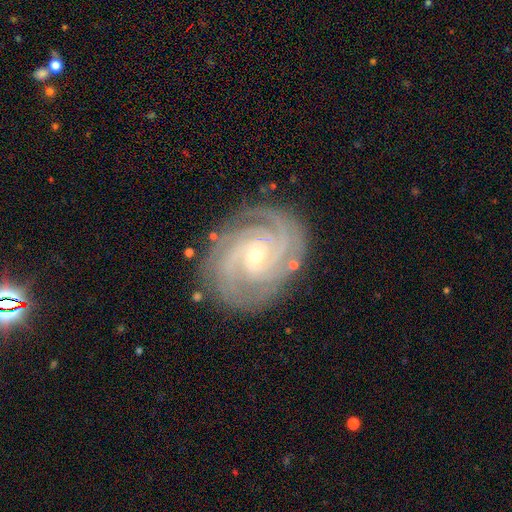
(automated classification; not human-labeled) featured or disk 92%, star or artifact 5%, smooth 3%. Down the decision tree: edge-on disk — no (98%); bar — no (63%); spiral arms — yes (99%); spiral arm count — 3 (33%); spiral winding — tight (79%); bulge size — small (79%); merging — none (83%).